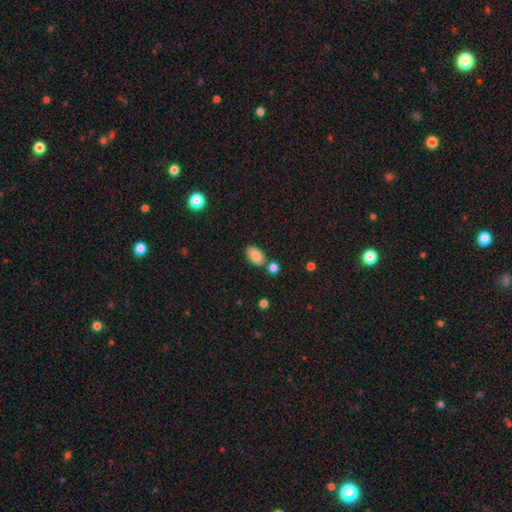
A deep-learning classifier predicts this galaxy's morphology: Q: Smooth or featured?
A: smooth (85%); runner-up: star or artifact (8%)
Q: How rounded?
A: in between (92%); runner-up: round (7%)
Q: Merging?
A: none (69%); runner-up: minor disturbance (14%)